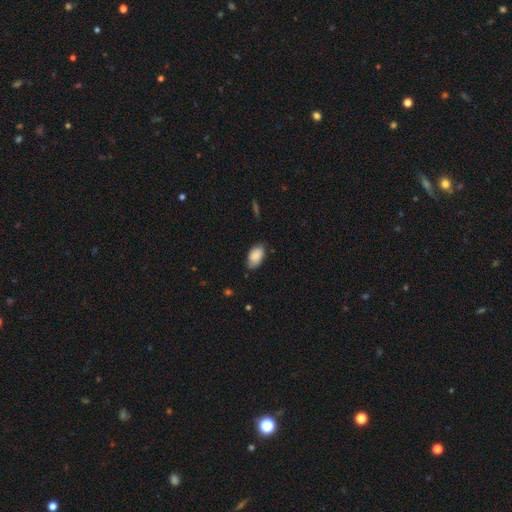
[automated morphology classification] The model was most divided on "merging": none: 73%, minor disturbance: 22%, major disturbance: 3%, merger: 1%. More confident: how rounded — in between (94%); smooth or featured — smooth (85%).